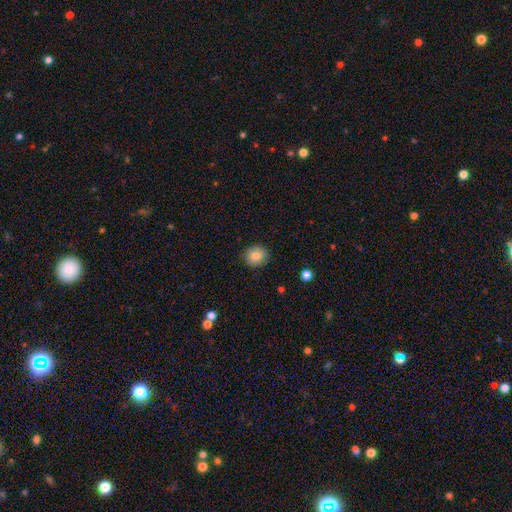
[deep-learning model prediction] smooth-or-featured: smooth: 84% | star or artifact: 9% | featured or disk: 7%
  how-rounded: round: 82% | in between: 17% | cigar-shaped: 1%
  merging: none: 88% | minor disturbance: 8% | major disturbance: 2% | merger: 1%